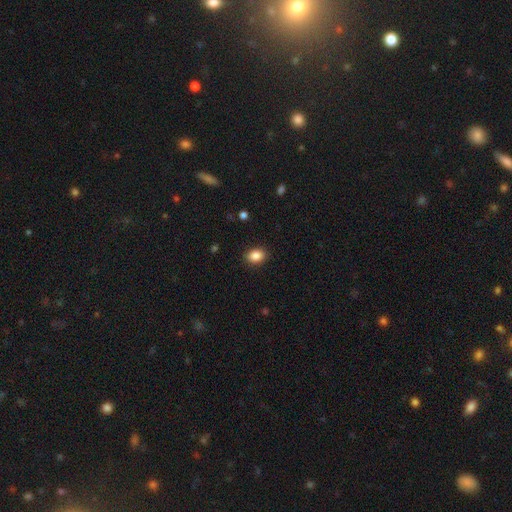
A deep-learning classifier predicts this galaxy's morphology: Smooth or featured? Predicted: smooth (p=0.87). How rounded? Predicted: in between (p=0.70). Merging? Predicted: none (p=0.89).